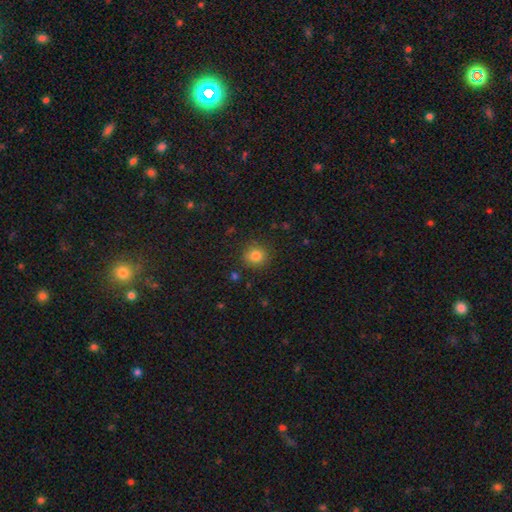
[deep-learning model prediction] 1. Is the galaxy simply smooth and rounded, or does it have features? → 81% smooth, 13% star or artifact, 6% featured or disk.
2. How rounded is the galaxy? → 88% round, 11% in between, 1% cigar-shaped.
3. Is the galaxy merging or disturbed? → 87% none, 9% minor disturbance, 3% major disturbance, 2% merger.